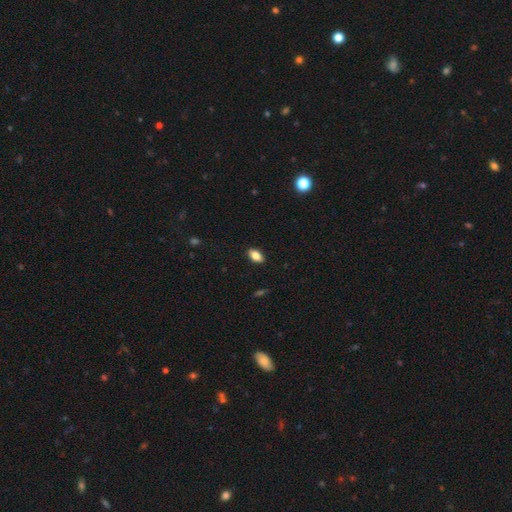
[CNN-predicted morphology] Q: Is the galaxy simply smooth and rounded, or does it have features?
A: smooth — 80%.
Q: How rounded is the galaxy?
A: in between — 90%.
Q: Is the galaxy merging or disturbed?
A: none — 88%.